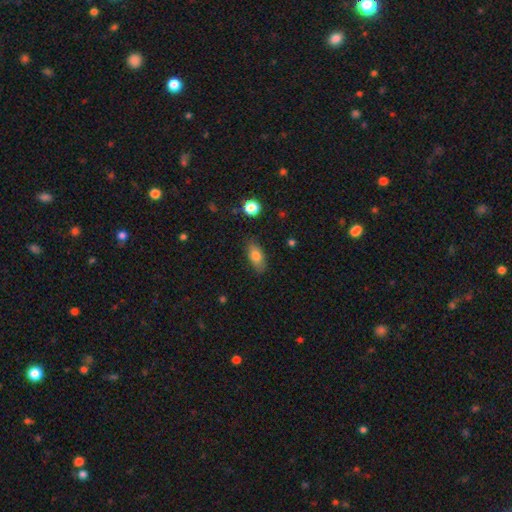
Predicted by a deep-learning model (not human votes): smooth-or-featured: smooth: 78% | featured or disk: 14% | star or artifact: 8%
  how-rounded: in between: 82% | cigar-shaped: 12% | round: 6%
  merging: none: 82% | minor disturbance: 13% | major disturbance: 3% | merger: 1%